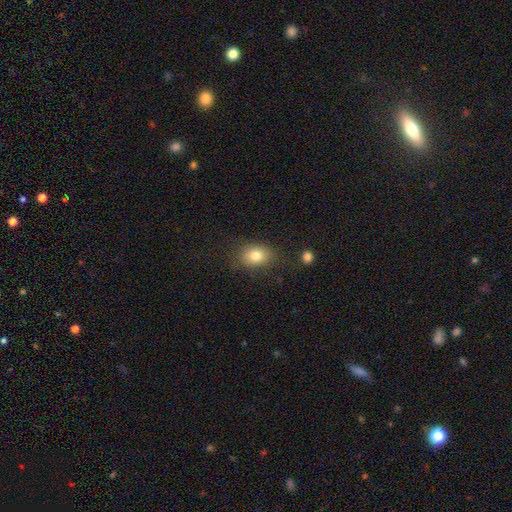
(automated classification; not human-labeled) Smooth or featured: smooth — 80% (star or artifact — 10%)
How rounded: in between — 63% (round — 36%)
Merging: none — 78% (minor disturbance — 15%)